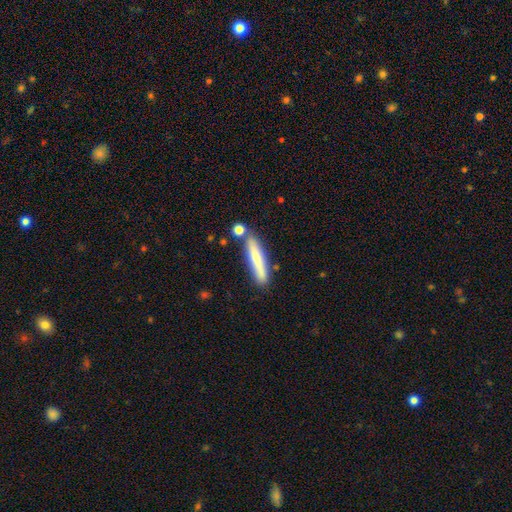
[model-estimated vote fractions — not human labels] Morphology: type=smooth (65%); roundness=cigar-shaped (89%); merging=none (75%).